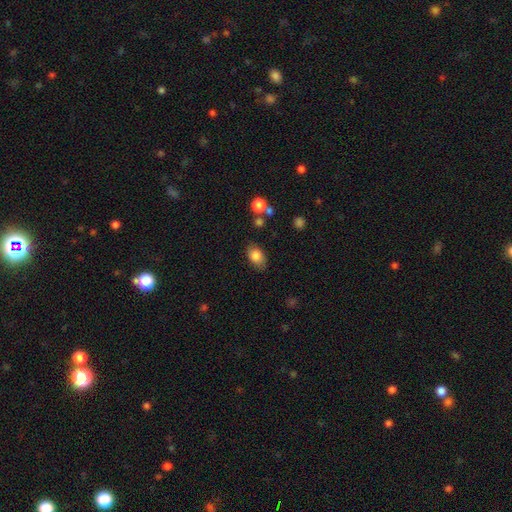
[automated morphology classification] Q: Smooth or featured?
A: smooth (82%); runner-up: featured or disk (10%)
Q: How rounded?
A: in between (85%); runner-up: round (13%)
Q: Merging?
A: none (77%); runner-up: minor disturbance (16%)